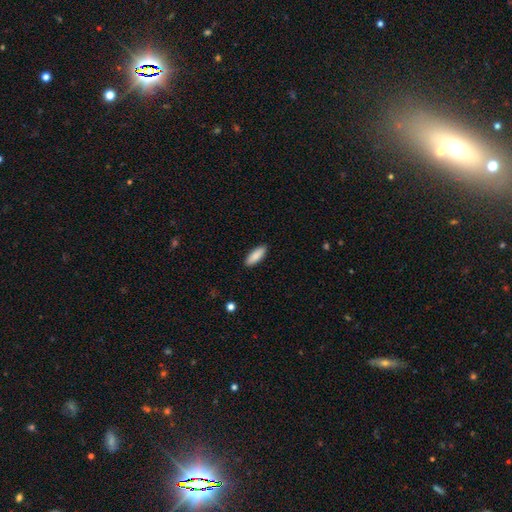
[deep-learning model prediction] Q: Smooth or featured?
A: smooth (88%); runner-up: featured or disk (6%)
Q: How rounded?
A: in between (63%); runner-up: cigar-shaped (35%)
Q: Merging?
A: none (90%); runner-up: minor disturbance (7%)